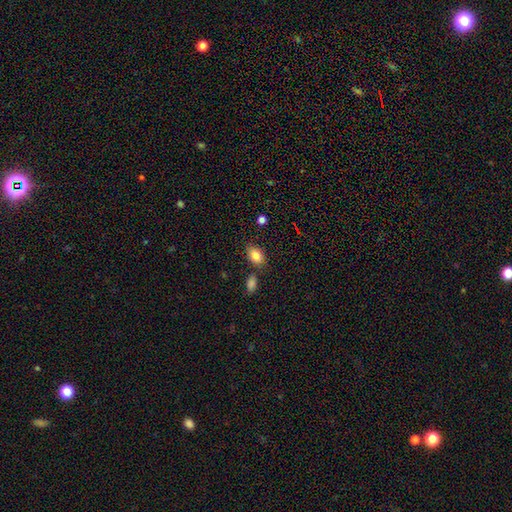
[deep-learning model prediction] The model was most divided on "merging": none: 75%, minor disturbance: 13%, merger: 9%, major disturbance: 3%. More confident: how rounded — in between (87%); smooth or featured — smooth (84%).